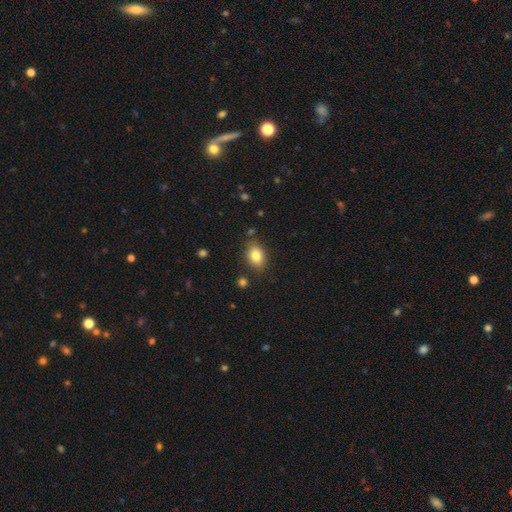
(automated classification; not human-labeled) smooth 82%, star or artifact 9%, featured or disk 9%. Down the decision tree: how rounded — in between (72%); merging — none (81%).